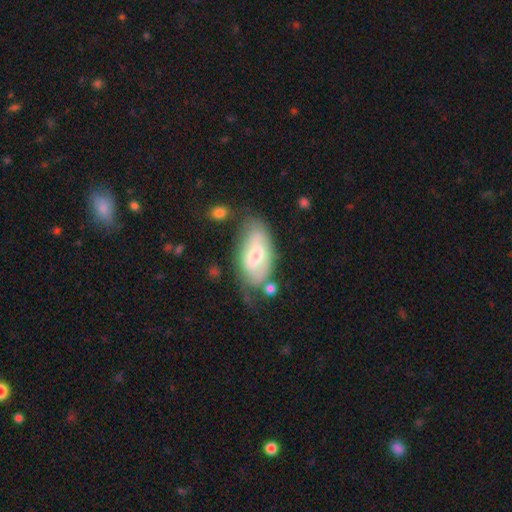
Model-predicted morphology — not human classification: A smooth galaxy with no disk features (55%) that is in between round and cigar-shaped (91%).

Vote fractions:
- Smooth or featured? smooth: 55% / featured or disk: 39% / star or artifact: 7%
- How rounded? in between: 91% / cigar-shaped: 6% / round: 3%
- Merging? none: 48% / minor disturbance: 28% / major disturbance: 15% / merger: 10%